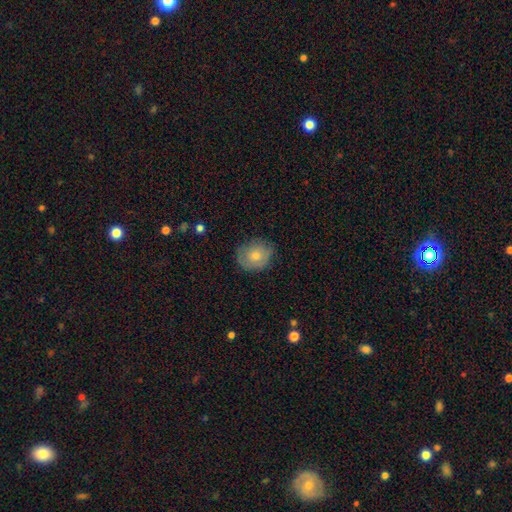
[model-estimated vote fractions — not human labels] Smooth or featured? Predicted: smooth (p=0.61). How rounded? Predicted: round (p=0.70). Merging? Predicted: none (p=0.78).